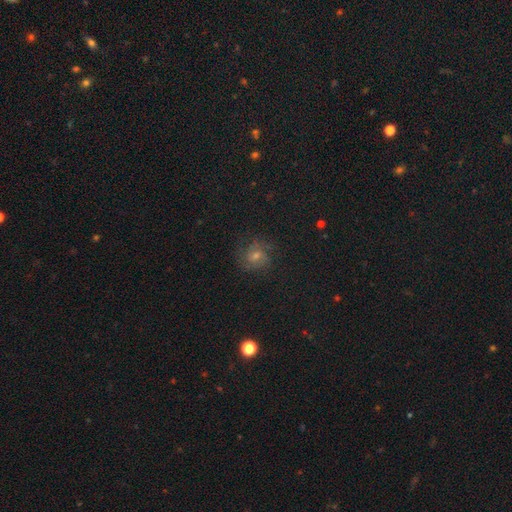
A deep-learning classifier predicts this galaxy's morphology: smooth_or_featured: featured or disk (p=0.49) [alt: smooth p=0.26]
merging: none (p=0.77) [alt: minor disturbance p=0.14]